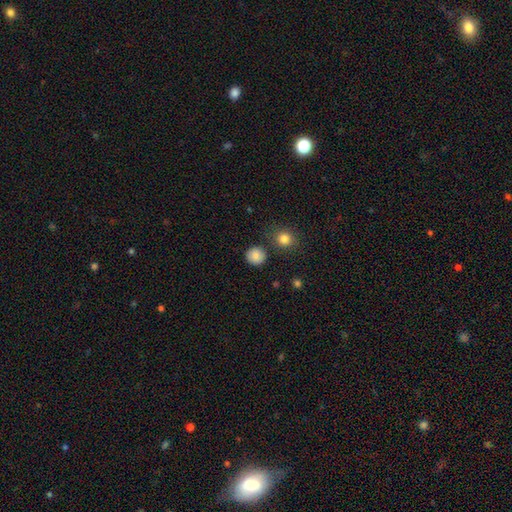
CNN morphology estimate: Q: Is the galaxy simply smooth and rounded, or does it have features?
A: smooth — 86%.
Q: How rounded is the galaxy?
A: round — 91%.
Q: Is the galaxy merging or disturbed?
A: none — 85%.